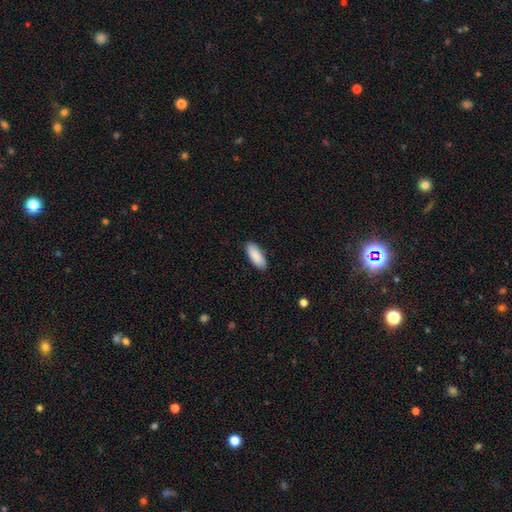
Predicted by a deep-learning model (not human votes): Smooth or featured? smooth (90%)
How rounded? in between (78%)
Merging? none (89%)